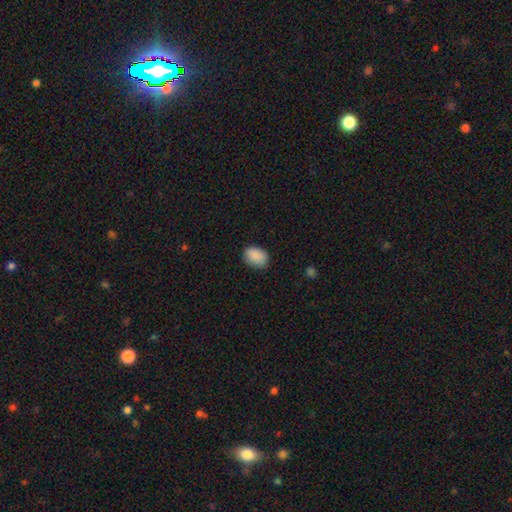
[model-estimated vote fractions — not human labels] The model was most divided on "how rounded": in between: 79%, round: 20%, cigar-shaped: 1%. More confident: smooth or featured — smooth (89%); merging — none (82%).